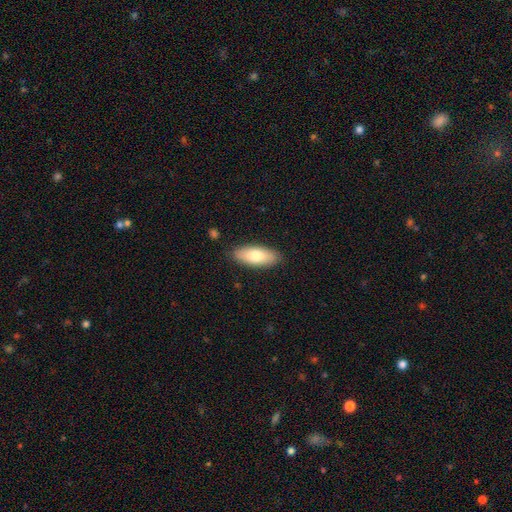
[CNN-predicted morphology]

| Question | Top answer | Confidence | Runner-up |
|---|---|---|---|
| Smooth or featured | smooth | 76% | featured or disk (18%) |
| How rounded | in between | 80% | cigar-shaped (18%) |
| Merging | none | 87% | minor disturbance (10%) |